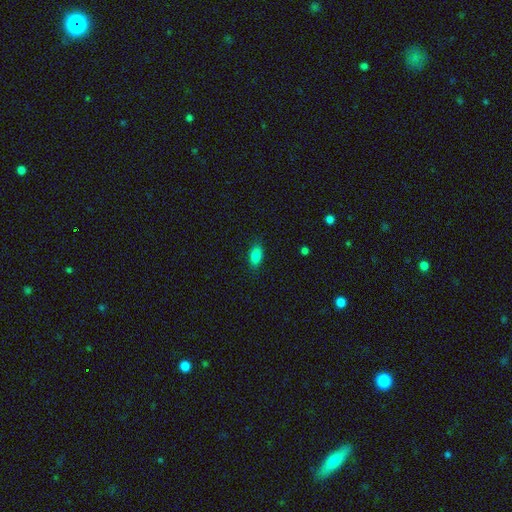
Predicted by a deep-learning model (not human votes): A smooth galaxy with no disk features (85%) that is in between round and cigar-shaped (88%). Merging: none (85%).